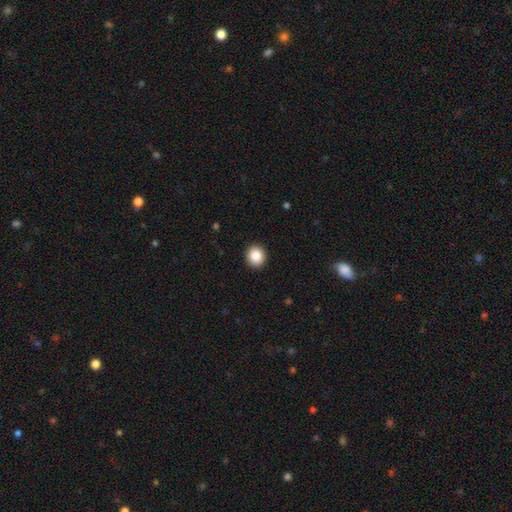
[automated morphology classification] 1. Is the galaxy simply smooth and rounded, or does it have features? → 86% smooth, 9% star or artifact, 5% featured or disk.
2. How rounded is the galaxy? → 85% round, 14% in between, 1% cigar-shaped.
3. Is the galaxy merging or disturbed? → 93% none, 5% minor disturbance, 2% major disturbance, 1% merger.